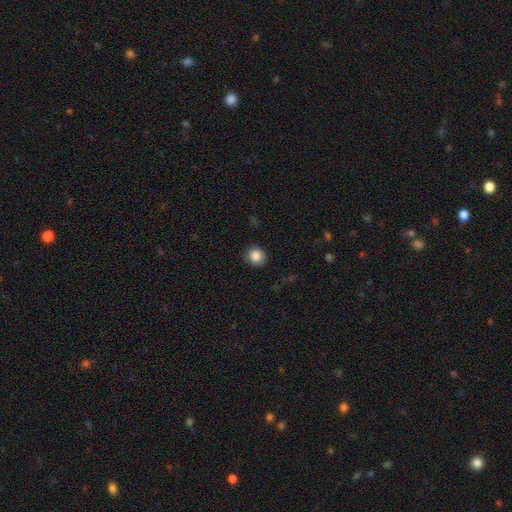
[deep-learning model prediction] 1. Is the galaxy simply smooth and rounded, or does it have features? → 85% smooth, 9% star or artifact, 5% featured or disk.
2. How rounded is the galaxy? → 83% round, 16% in between, 1% cigar-shaped.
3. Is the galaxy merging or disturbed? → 89% none, 8% minor disturbance, 2% major disturbance, 1% merger.